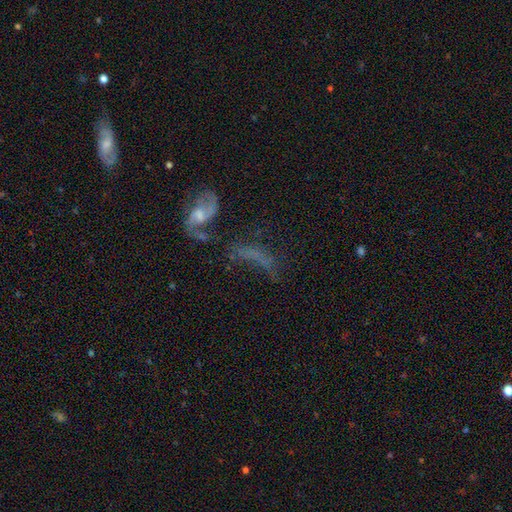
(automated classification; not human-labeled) A featured or disk galaxy (50%).

Vote fractions:
- Smooth or featured? featured or disk: 50% / smooth: 30% / star or artifact: 20%
- Merging? major disturbance: 30% / none: 29% / merger: 26% / minor disturbance: 15%